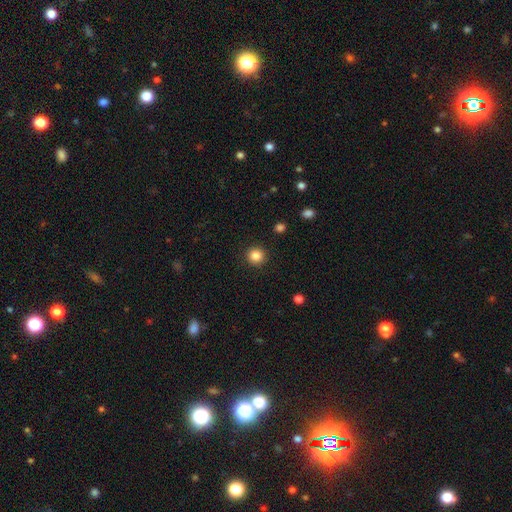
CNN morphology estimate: smooth_or_featured: smooth (p=0.85) [alt: star or artifact p=0.11]
how_rounded: round (p=0.95) [alt: in between p=0.04]
merging: none (p=0.92) [alt: minor disturbance p=0.05]